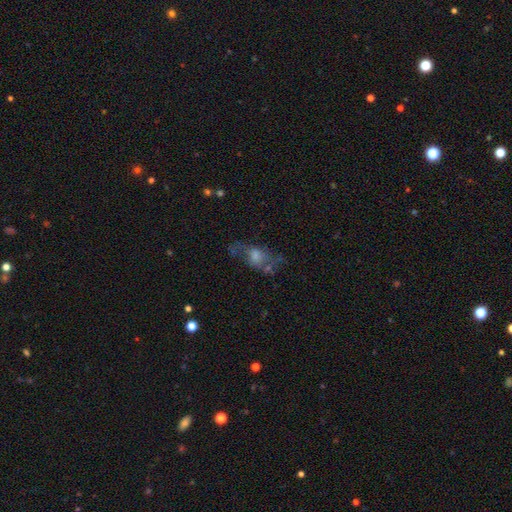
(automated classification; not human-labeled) smooth_or_featured: featured or disk (p=0.48) [alt: smooth p=0.37]
merging: none (p=0.50) [alt: major disturbance p=0.22]